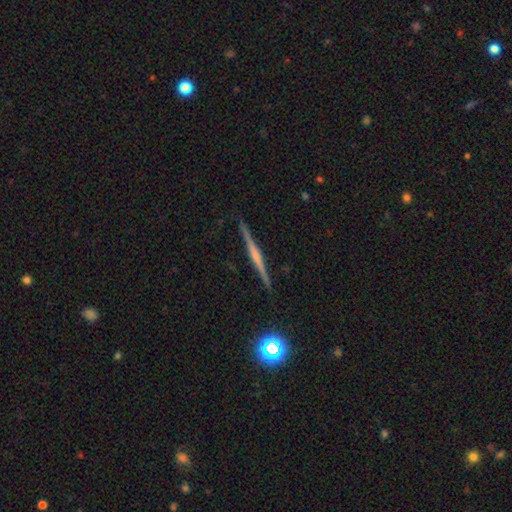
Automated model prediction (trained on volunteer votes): smooth_or_featured: featured or disk (p=0.73) [alt: smooth p=0.19]
disk_edge_on: yes (p=0.98) [alt: no p=0.02]
edge_on_bulge: rounded (p=0.44) [alt: none p=0.36]
merging: none (p=0.91) [alt: minor disturbance p=0.06]